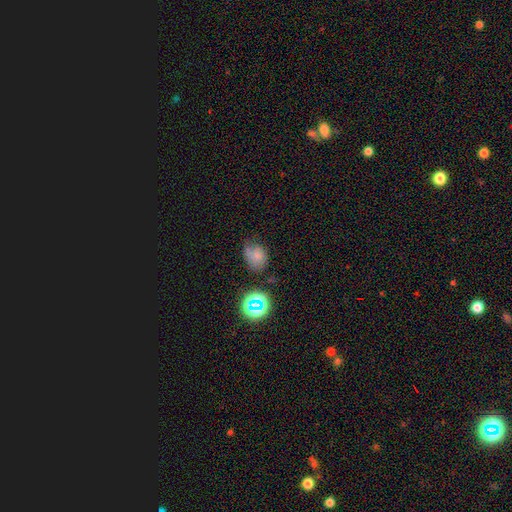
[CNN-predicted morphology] Smooth or featured? Predicted: smooth (p=0.65). How rounded? Predicted: in between (p=0.52). Merging? Predicted: none (p=0.43).